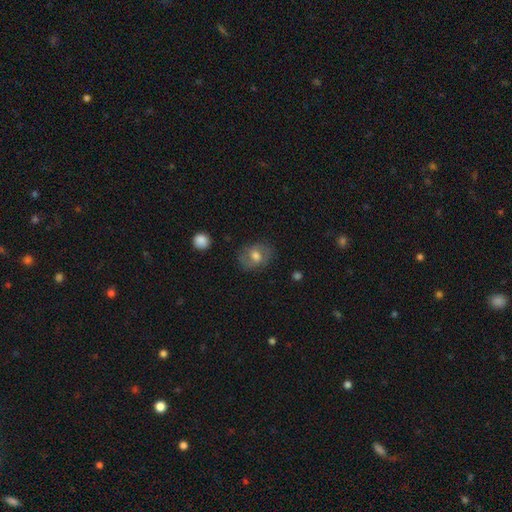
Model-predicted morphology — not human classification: The model was most divided on "how rounded": in between: 55%, round: 43%, cigar-shaped: 1%. More confident: merging — none (75%); smooth or featured — smooth (54%).